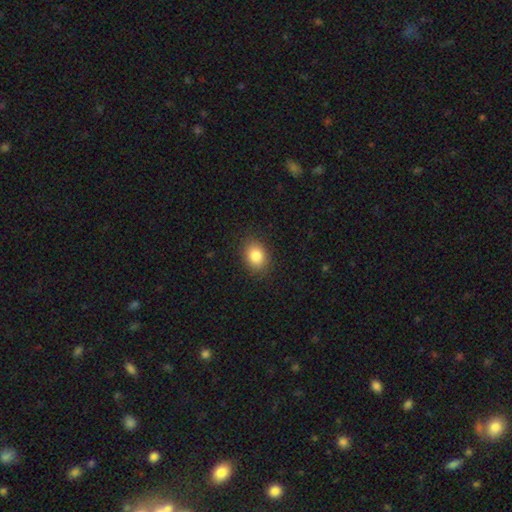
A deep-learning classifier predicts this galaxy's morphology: type=smooth (85%); roundness=in between (64%); merging=none (87%).